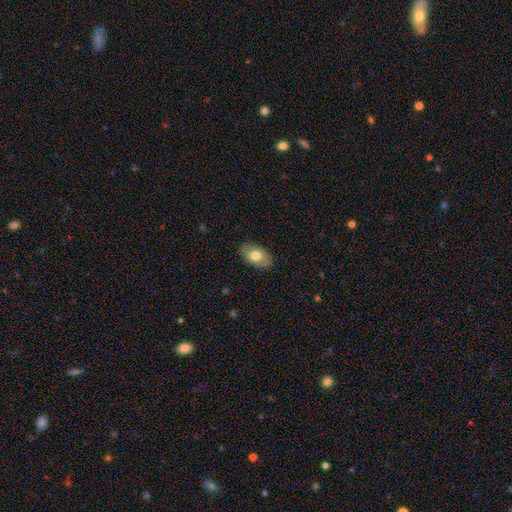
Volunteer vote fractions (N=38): Smooth or featured? smooth (76%)
How rounded? in between (90%)
Merging? none (72%)